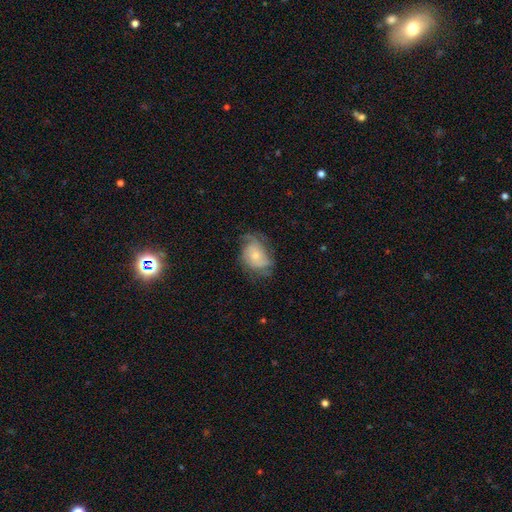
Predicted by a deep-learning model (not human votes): Smooth or featured?
  - featured or disk: 57% *
  - smooth: 36%
  - star or artifact: 7%
Edge-on disk?
  - no: 97% *
  - yes: 3%
Bar?
  - no: 80% *
  - weak: 17%
  - strong: 3%
Spiral arms?
  - yes: 81% *
  - no: 19%
Bulge size?
  - small: 56% *
  - moderate: 36%
  - large: 3%
  - none: 3%
  - dominant: 1%
Merging?
  - none: 51% *
  - minor disturbance: 28%
  - major disturbance: 19%
  - merger: 1%